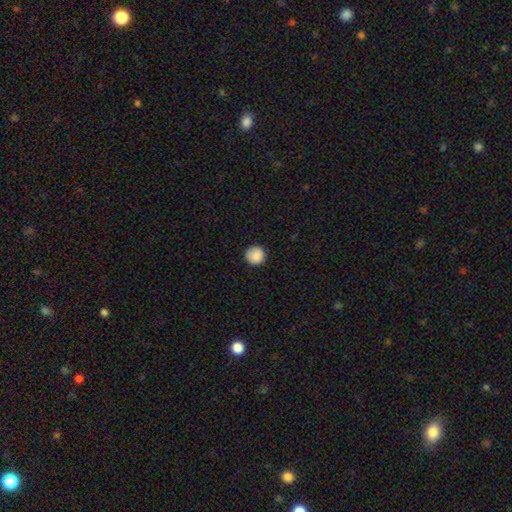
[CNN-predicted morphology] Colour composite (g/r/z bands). It shows a smooth galaxy with no disk features (89%) that is round (96%). Merging: none (92%).